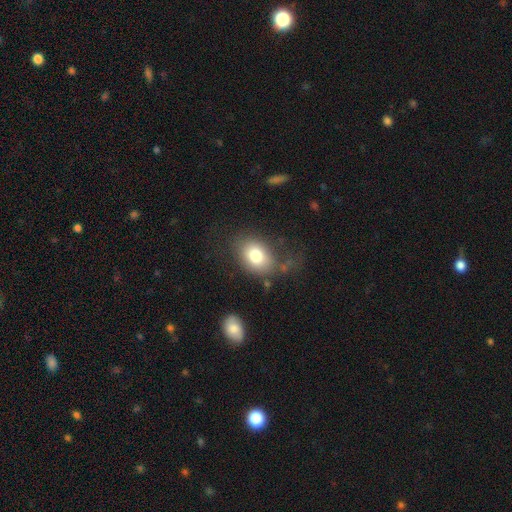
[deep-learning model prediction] A smooth galaxy with no disk features (77%) that is in between round and cigar-shaped (70%). Merging: none (66%).